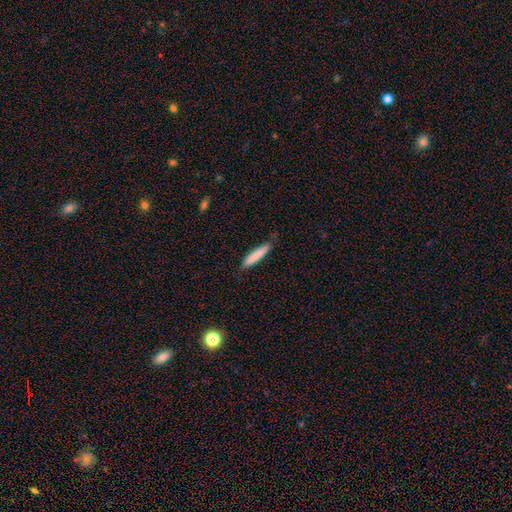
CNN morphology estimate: smooth-or-featured: smooth: 82% | featured or disk: 12% | star or artifact: 6%
  how-rounded: cigar-shaped: 91% | in between: 8% | round: 1%
  merging: none: 81% | minor disturbance: 15% | major disturbance: 3% | merger: 1%